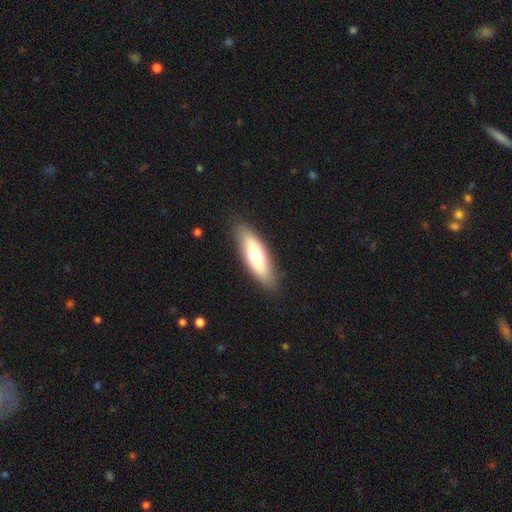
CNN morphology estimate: Smooth or featured? Predicted: smooth (p=0.66). How rounded? Predicted: in between (p=0.50). Merging? Predicted: none (p=0.86).